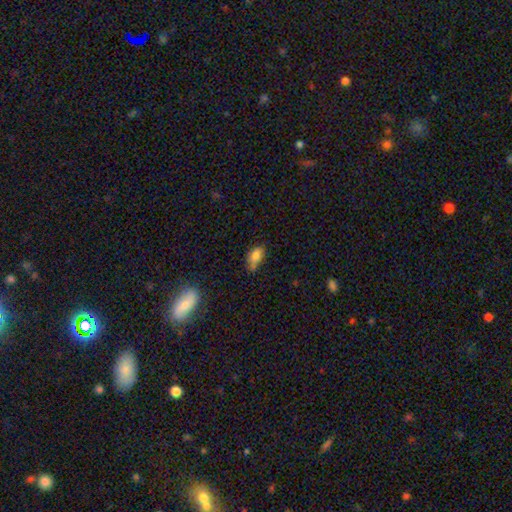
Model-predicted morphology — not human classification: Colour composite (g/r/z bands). It shows a smooth galaxy with no disk features (79%) that is in between round and cigar-shaped (87%). Merging: none (43%).